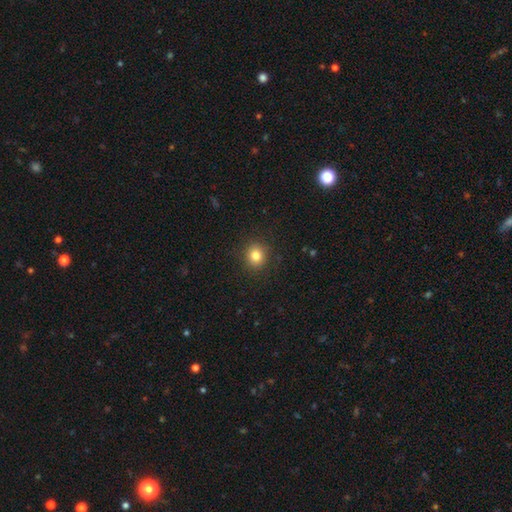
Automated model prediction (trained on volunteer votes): smooth-or-featured: smooth: 82% | star or artifact: 12% | featured or disk: 6%
  how-rounded: round: 84% | in between: 15% | cigar-shaped: 1%
  merging: none: 90% | minor disturbance: 6% | major disturbance: 2% | merger: 1%